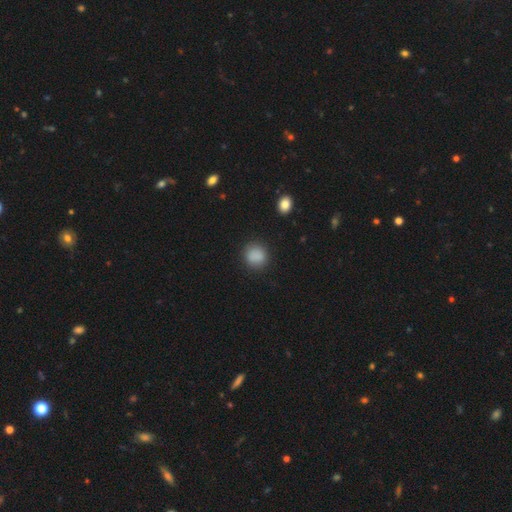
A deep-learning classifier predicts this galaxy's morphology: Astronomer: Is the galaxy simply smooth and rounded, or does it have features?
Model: smooth — 87%.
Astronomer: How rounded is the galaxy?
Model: round — 84%.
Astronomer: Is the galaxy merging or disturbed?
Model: none — 87%.